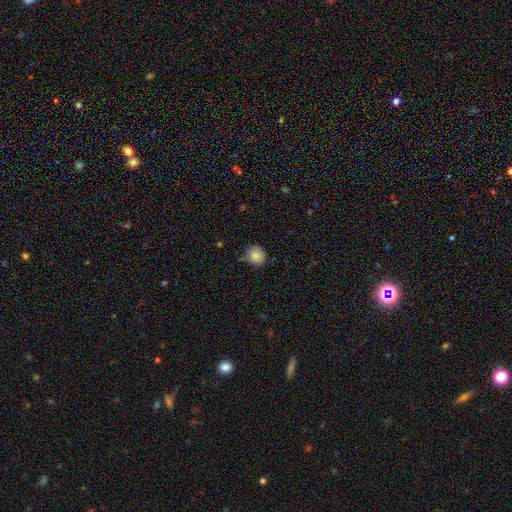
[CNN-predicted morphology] Q: Smooth or featured?
A: smooth (83%); runner-up: star or artifact (9%)
Q: How rounded?
A: round (79%); runner-up: in between (20%)
Q: Merging?
A: none (75%); runner-up: minor disturbance (20%)